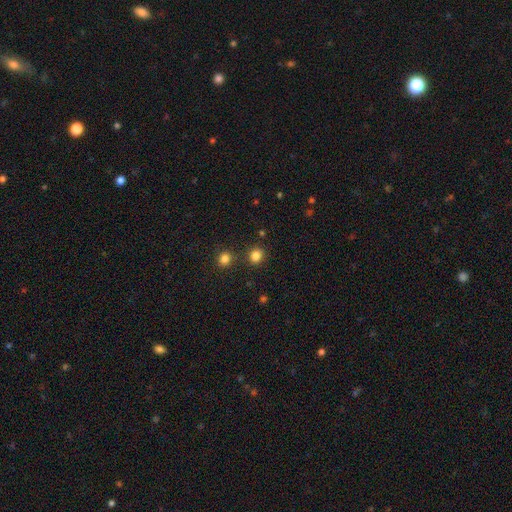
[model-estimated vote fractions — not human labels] smooth 82%, star or artifact 14%, featured or disk 4%. Down the decision tree: how rounded — round (86%); merging — none (84%).